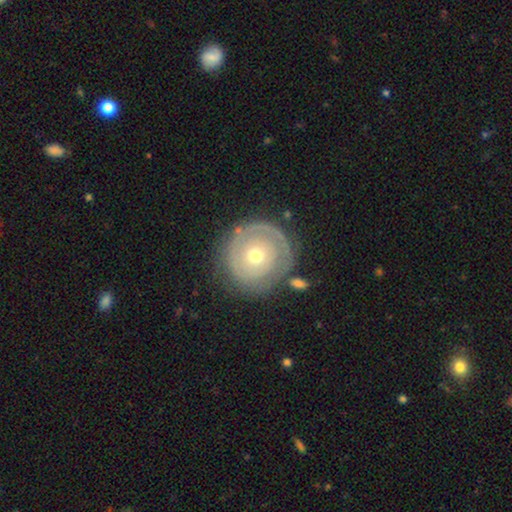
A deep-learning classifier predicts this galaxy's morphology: featured or disk 59%, smooth 35%, star or artifact 6%. Down the decision tree: edge-on disk — no (96%); bar — no (89%); spiral arms — no (55%); bulge size — small (48%); merging — none (71%).